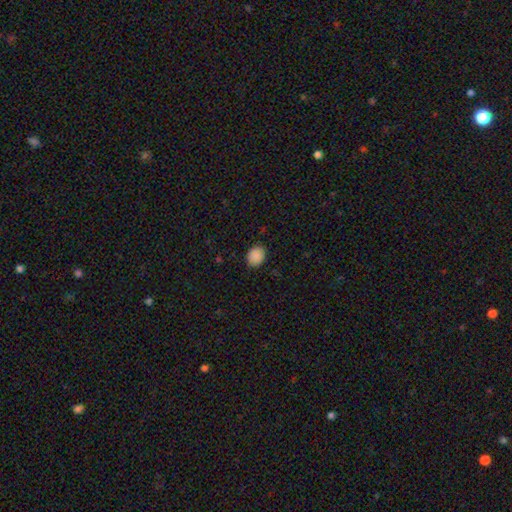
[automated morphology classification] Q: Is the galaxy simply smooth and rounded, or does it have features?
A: smooth — 89%.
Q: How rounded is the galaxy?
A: round — 63%.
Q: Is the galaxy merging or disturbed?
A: none — 87%.